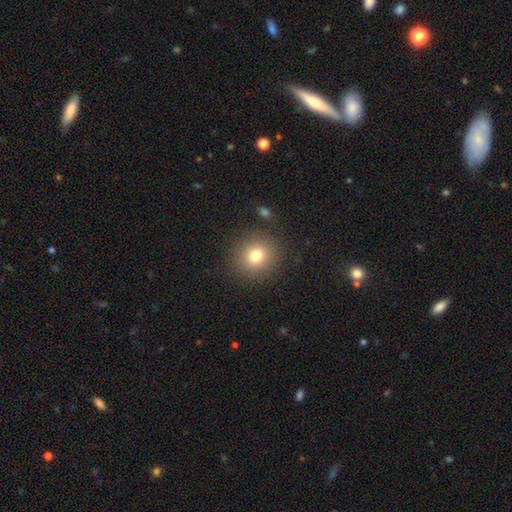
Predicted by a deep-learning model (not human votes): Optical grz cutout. It shows a smooth galaxy with no disk features (76%) that is round (90%). Merging: none (88%).